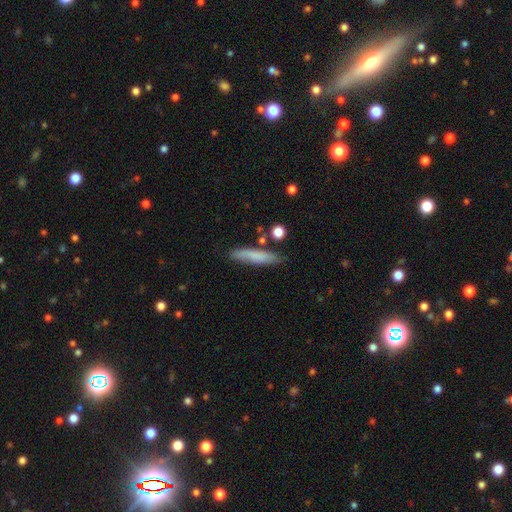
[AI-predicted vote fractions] This is likely a smooth galaxy (73%). How rounded: clearly cigar-shaped (84%). Merging: likely none (75%).